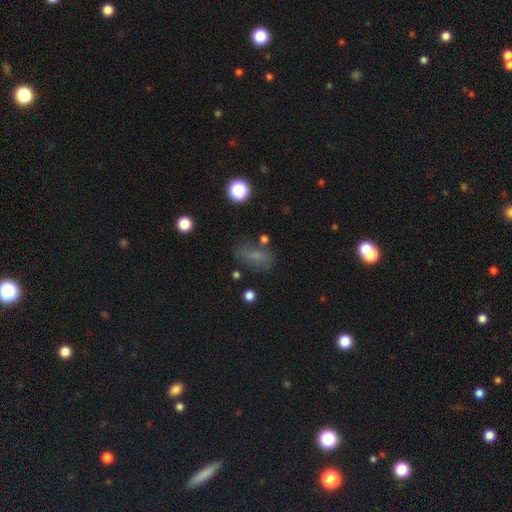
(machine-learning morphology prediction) smooth-or-featured: smooth: 63% | star or artifact: 19% | featured or disk: 18%
  how-rounded: in between: 78% | round: 13% | cigar-shaped: 9%
  merging: none: 62% | minor disturbance: 21% | major disturbance: 11% | merger: 6%